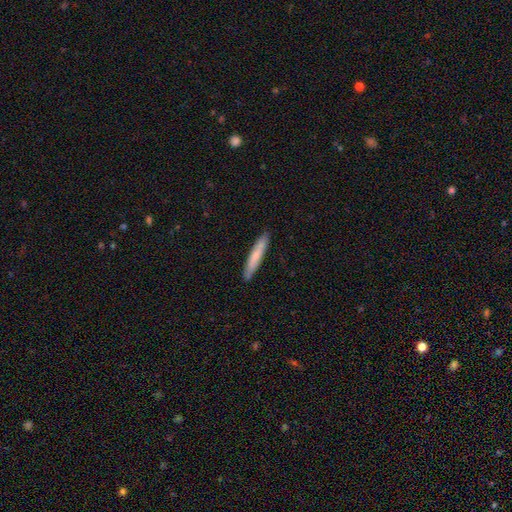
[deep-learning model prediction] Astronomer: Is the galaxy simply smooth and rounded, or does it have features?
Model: smooth — 72%.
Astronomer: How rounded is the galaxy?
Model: cigar-shaped — 94%.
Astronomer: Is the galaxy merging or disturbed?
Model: none — 90%.